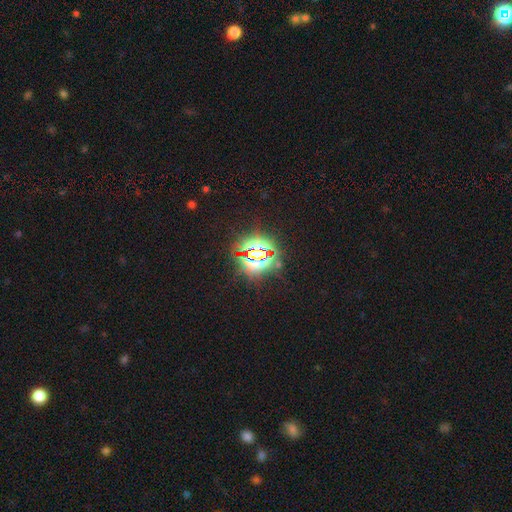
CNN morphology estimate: smooth_or_featured: star or artifact (p=0.80) [alt: smooth p=0.10]